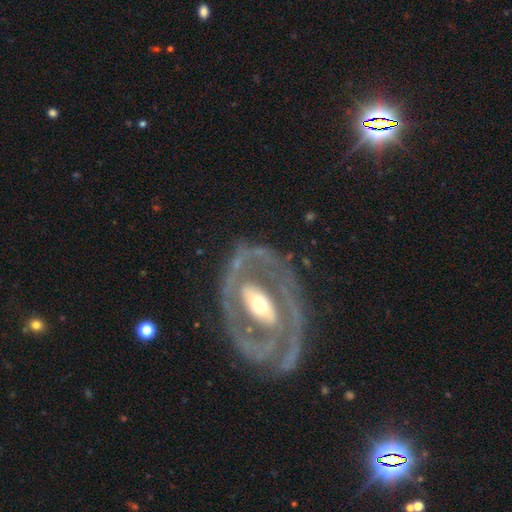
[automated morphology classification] Smooth or featured: featured or disk — 86% (smooth — 9%)
Edge-on disk: no — 95% (yes — 5%)
Bar: strong — 35% (no — 34%)
Spiral arms: yes — 75% (no — 25%)
Spiral winding: tight — 57% (medium — 32%)
Spiral arm count: 2 — 60% (can't tell — 18%)
Bulge size: moderate — 61% (small — 27%)
Merging: none — 72% (minor disturbance — 16%)